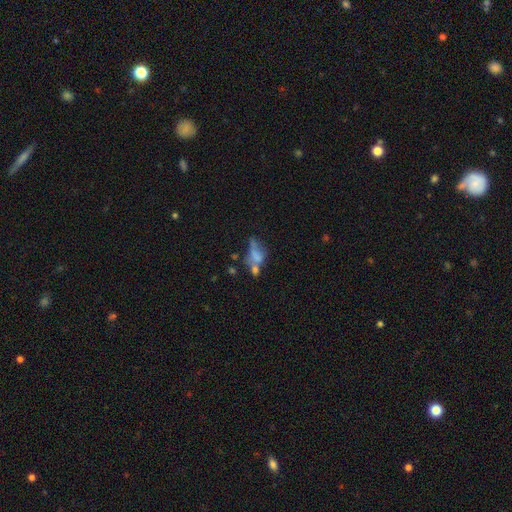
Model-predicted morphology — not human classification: Smooth or featured: smooth — 51% (featured or disk — 34%)
How rounded: in between — 77% (round — 12%)
Merging: merger — 38% (major disturbance — 25%)